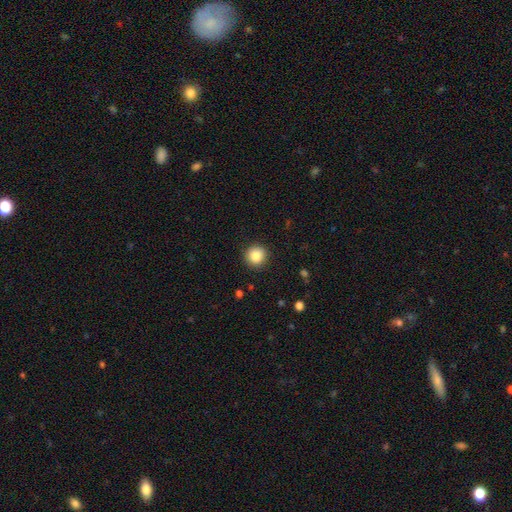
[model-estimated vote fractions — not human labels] Q: Smooth or featured?
A: smooth (86%); runner-up: star or artifact (9%)
Q: How rounded?
A: round (95%); runner-up: in between (4%)
Q: Merging?
A: none (92%); runner-up: minor disturbance (5%)